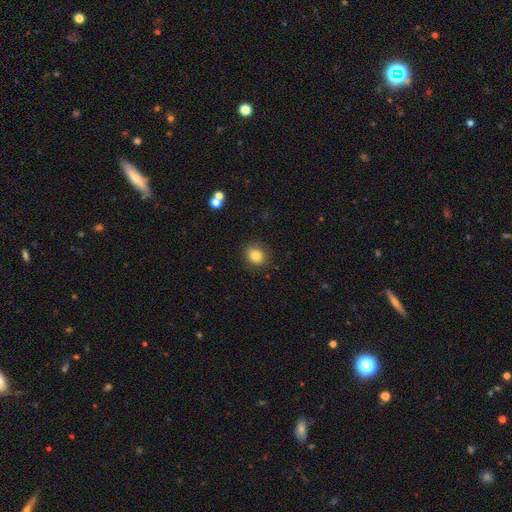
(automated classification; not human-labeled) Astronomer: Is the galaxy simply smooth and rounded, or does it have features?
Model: smooth — 83%.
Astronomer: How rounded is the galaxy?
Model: round — 62%.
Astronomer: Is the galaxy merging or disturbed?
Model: none — 84%.